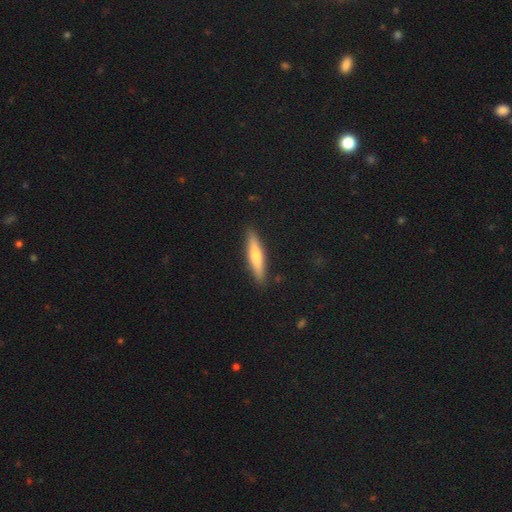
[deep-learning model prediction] Overall: smooth (60%; featured or disk 34%). How rounded: cigar-shaped (86%). Merging: none (90%).